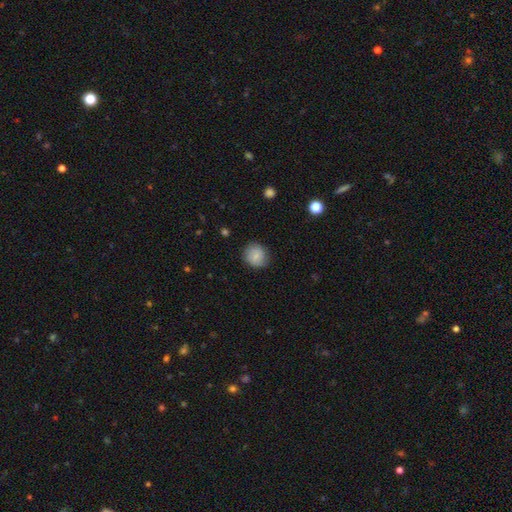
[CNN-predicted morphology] smooth_or_featured: smooth (p=0.82) [alt: featured or disk p=0.10]
how_rounded: round (p=0.86) [alt: in between p=0.13]
merging: none (p=0.82) [alt: minor disturbance p=0.14]